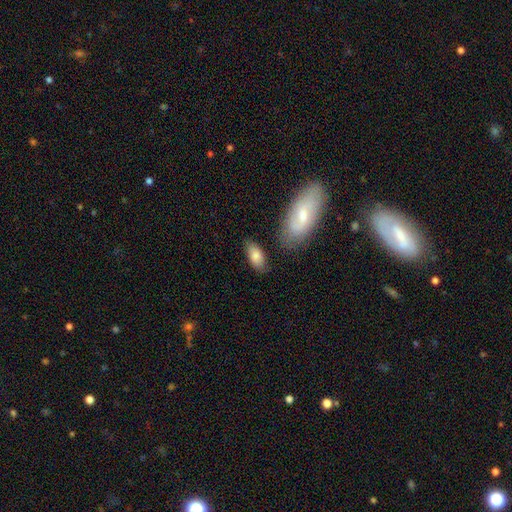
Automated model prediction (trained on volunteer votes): Smooth or featured? smooth (81%)
How rounded? in between (91%)
Merging? none (73%)